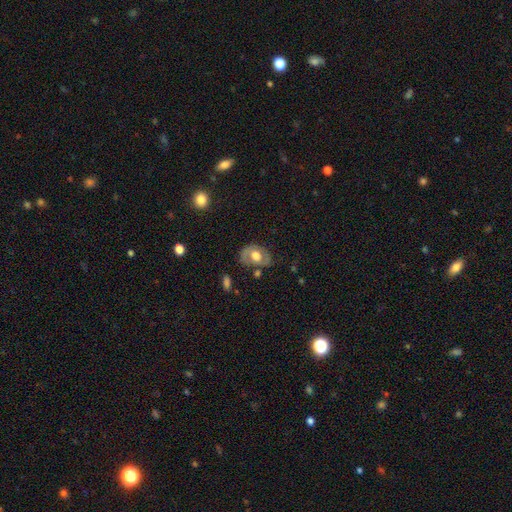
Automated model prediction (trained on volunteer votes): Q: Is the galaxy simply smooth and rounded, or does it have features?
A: featured or disk — 51%.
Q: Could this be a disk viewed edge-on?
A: no — 93%.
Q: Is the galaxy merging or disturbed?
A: none — 60%.